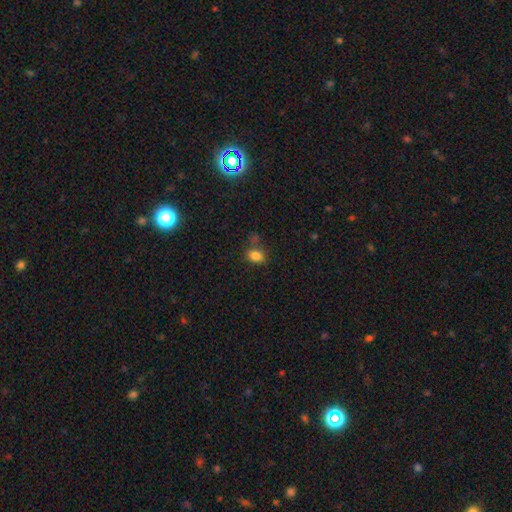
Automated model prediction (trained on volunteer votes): This appears to be a smooth galaxy with no disk features (81%) that is in between round and cigar-shaped (62%). Merging: none (63%).